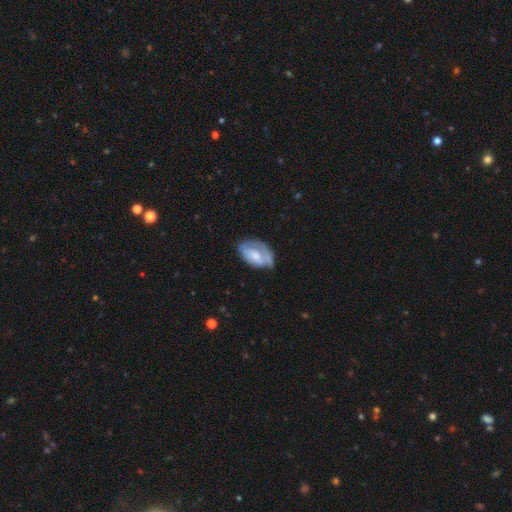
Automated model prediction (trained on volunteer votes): A featured or disk galaxy (49%).

Vote fractions:
- Smooth or featured? featured or disk: 49% / smooth: 45% / star or artifact: 7%
- Merging? none: 47% / minor disturbance: 33% / major disturbance: 17% / merger: 3%